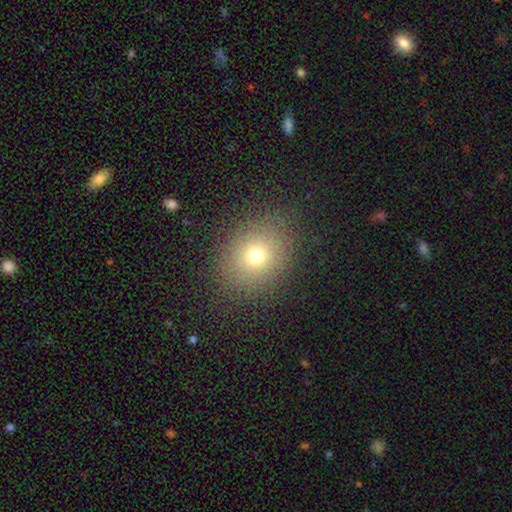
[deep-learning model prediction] Overall: smooth (72%). How rounded: round (60%; in between 39%). Merging: none (85%).